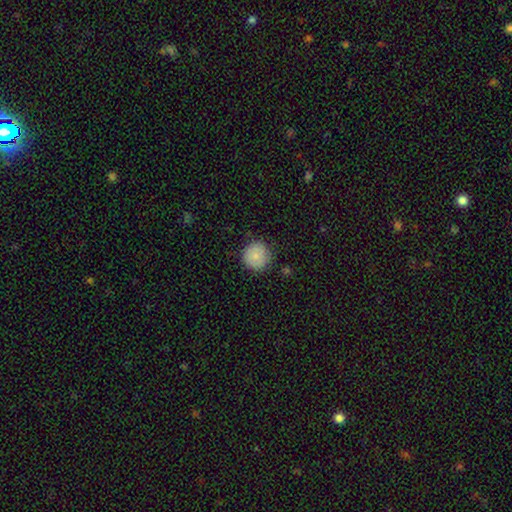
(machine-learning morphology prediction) Smooth or featured? Predicted: smooth (p=0.81). How rounded? Predicted: round (p=0.94). Merging? Predicted: none (p=0.81).